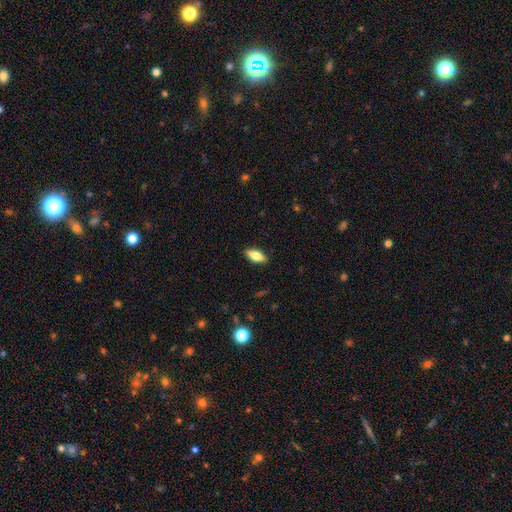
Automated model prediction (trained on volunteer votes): Smooth or featured? Predicted: smooth (p=0.75). How rounded? Predicted: in between (p=0.81). Merging? Predicted: none (p=0.88).